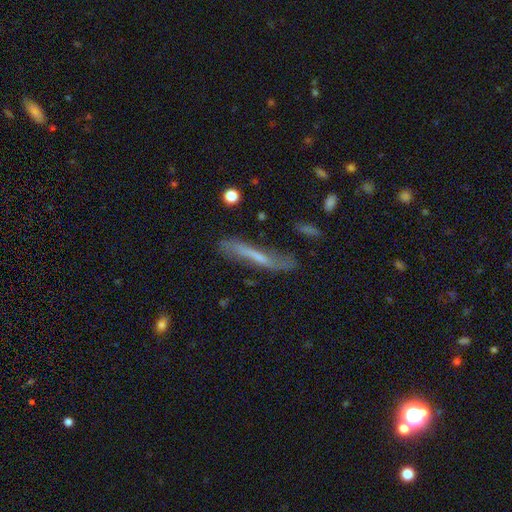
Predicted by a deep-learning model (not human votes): Smooth or featured? featured or disk (53%)
Edge-on disk? yes (60%)
Merging? none (59%)